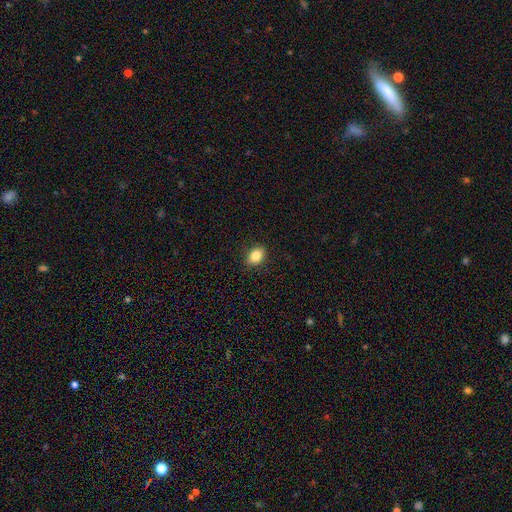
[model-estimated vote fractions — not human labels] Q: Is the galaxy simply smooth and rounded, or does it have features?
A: smooth — 86%.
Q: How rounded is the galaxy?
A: in between — 72%.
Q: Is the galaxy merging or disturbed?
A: none — 88%.